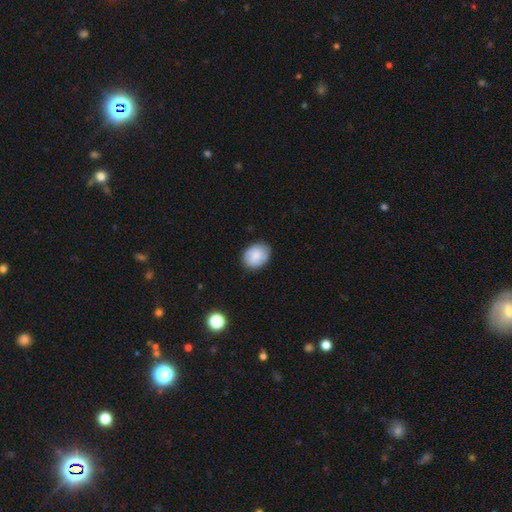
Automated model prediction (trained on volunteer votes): Smooth or featured?
  - smooth: 82% *
  - featured or disk: 11%
  - star or artifact: 7%
How rounded?
  - in between: 61% *
  - round: 39%
  - cigar-shaped: 1%
Merging?
  - none: 81% *
  - minor disturbance: 15%
  - major disturbance: 3%
  - merger: 1%